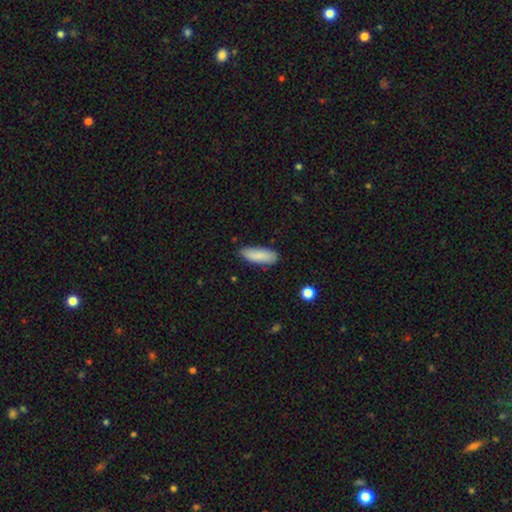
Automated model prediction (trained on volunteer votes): Morphology: type=smooth (86%); roundness=in between (66%); merging=none (78%).